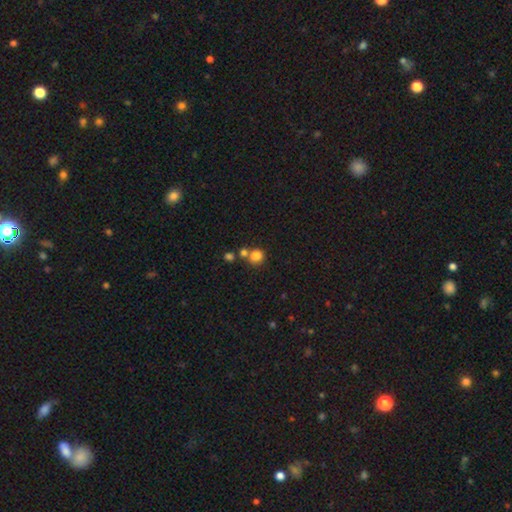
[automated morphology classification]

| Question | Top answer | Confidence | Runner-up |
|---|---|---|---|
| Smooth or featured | smooth | 81% | star or artifact (12%) |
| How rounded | round | 77% | in between (22%) |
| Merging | none | 54% | merger (31%) |